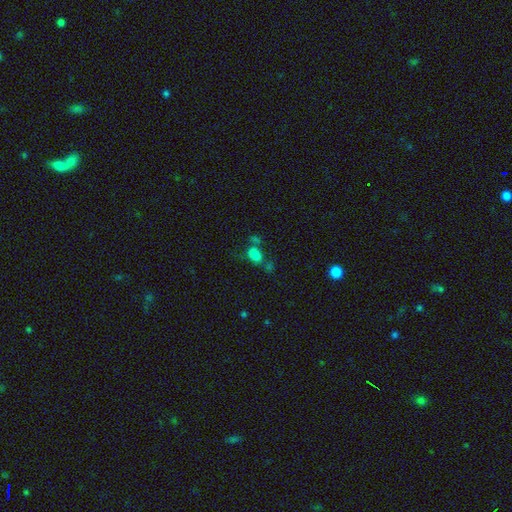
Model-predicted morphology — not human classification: Smooth or featured?
  - smooth: 71% *
  - star or artifact: 17%
  - featured or disk: 12%
How rounded?
  - in between: 75% *
  - round: 22%
  - cigar-shaped: 3%
Merging?
  - none: 39% *
  - merger: 32%
  - minor disturbance: 16%
  - major disturbance: 12%